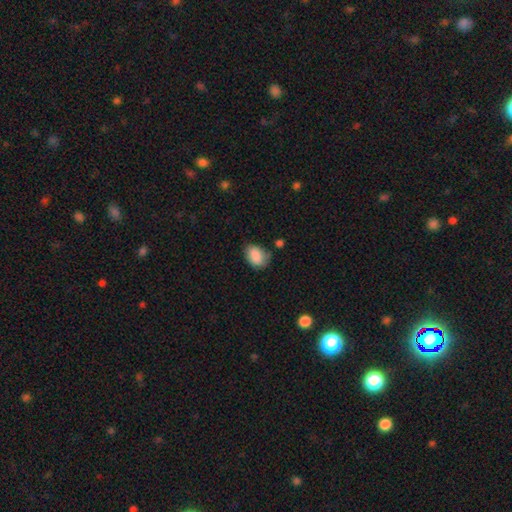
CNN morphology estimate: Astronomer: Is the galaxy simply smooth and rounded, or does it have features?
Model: smooth — 87%.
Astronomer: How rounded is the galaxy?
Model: in between — 76%.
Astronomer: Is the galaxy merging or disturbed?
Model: none — 62%.